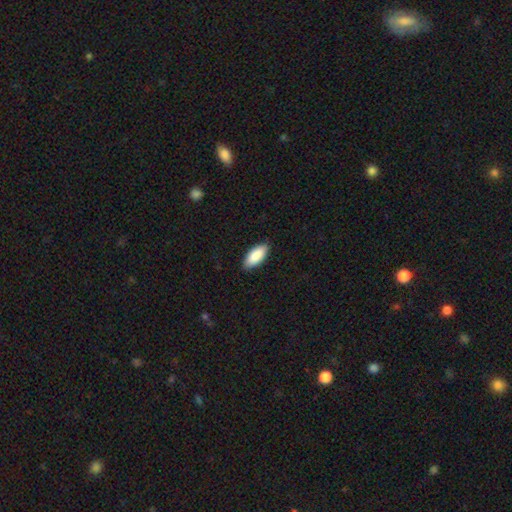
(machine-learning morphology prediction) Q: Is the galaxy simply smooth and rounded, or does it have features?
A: smooth — 90%.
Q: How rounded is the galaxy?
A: in between — 90%.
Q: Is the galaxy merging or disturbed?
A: none — 88%.